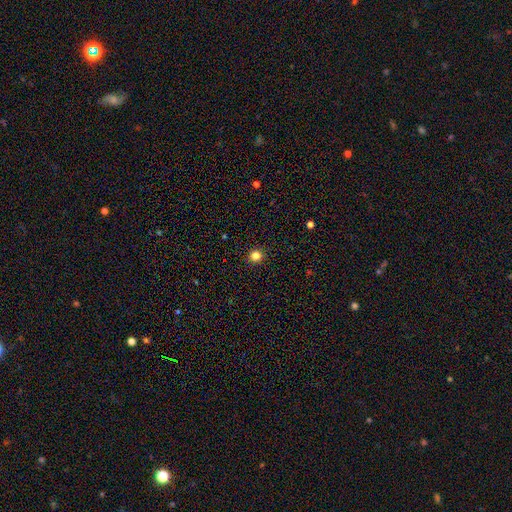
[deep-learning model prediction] A smooth galaxy with no disk features (82%) that is round (94%). Merging: none (93%).